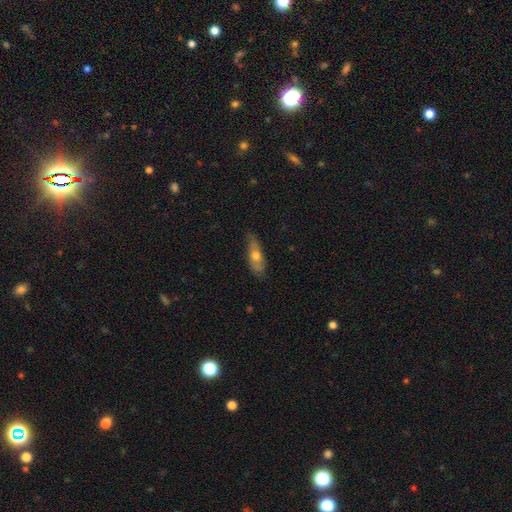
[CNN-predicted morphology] smooth_or_featured: smooth (p=0.56) [alt: featured or disk p=0.37]
how_rounded: in between (p=0.55) [alt: cigar-shaped p=0.41]
merging: none (p=0.73) [alt: minor disturbance p=0.21]